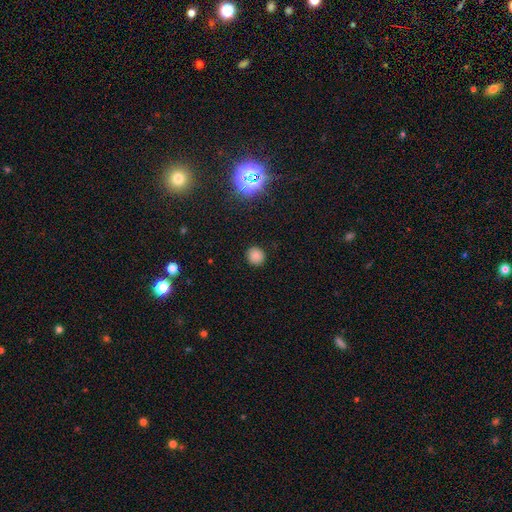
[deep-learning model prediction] This appears to be a smooth galaxy with no disk features (81%) that is round (90%). Merging: none (91%).